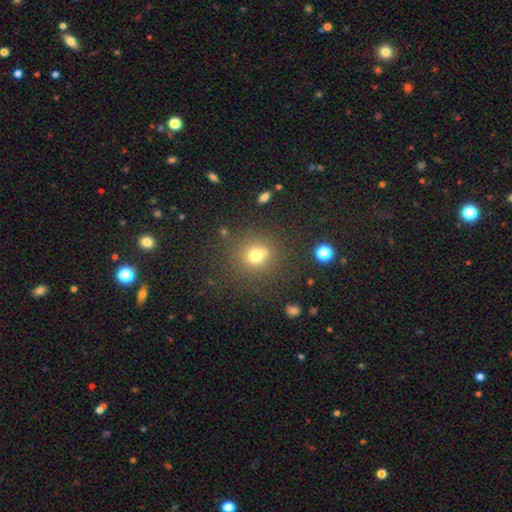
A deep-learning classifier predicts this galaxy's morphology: The model was most divided on "merging": none: 66%, merger: 19%, minor disturbance: 10%, major disturbance: 5%. More confident: how rounded — round (89%); smooth or featured — smooth (69%).